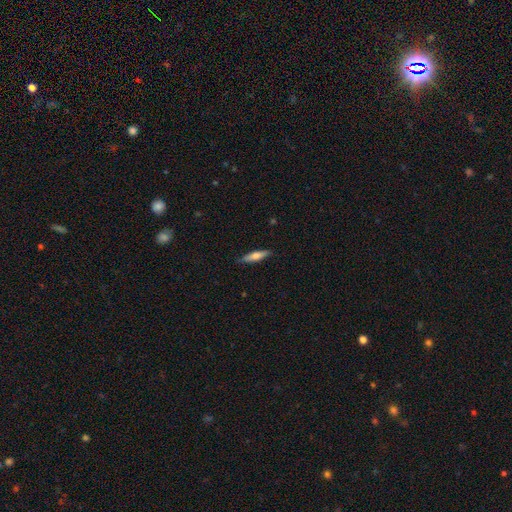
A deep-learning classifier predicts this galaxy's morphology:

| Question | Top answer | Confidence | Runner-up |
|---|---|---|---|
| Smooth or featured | smooth | 59% | featured or disk (35%) |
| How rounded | cigar-shaped | 79% | in between (19%) |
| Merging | none | 88% | minor disturbance (10%) |